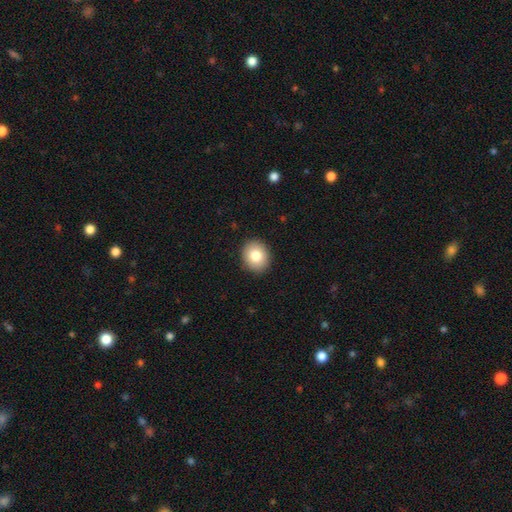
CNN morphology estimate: type=smooth (81%); roundness=round (65%); merging=none (90%).